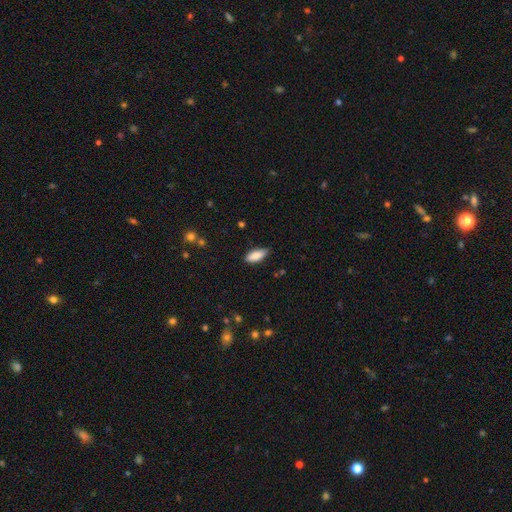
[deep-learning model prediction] Smooth or featured?
  - smooth: 87% *
  - featured or disk: 7%
  - star or artifact: 6%
How rounded?
  - in between: 80% *
  - cigar-shaped: 18%
  - round: 2%
Merging?
  - none: 78% *
  - minor disturbance: 18%
  - major disturbance: 3%
  - merger: 1%